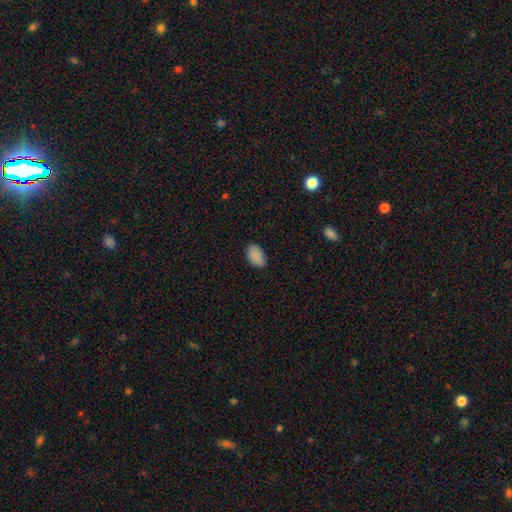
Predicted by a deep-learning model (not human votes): A smooth galaxy with no disk features (89%) that is in between round and cigar-shaped (91%).

Vote fractions:
- Smooth or featured? smooth: 89% / star or artifact: 7% / featured or disk: 4%
- How rounded? in between: 91% / round: 8% / cigar-shaped: 1%
- Merging? none: 84% / minor disturbance: 13% / major disturbance: 2% / merger: 1%